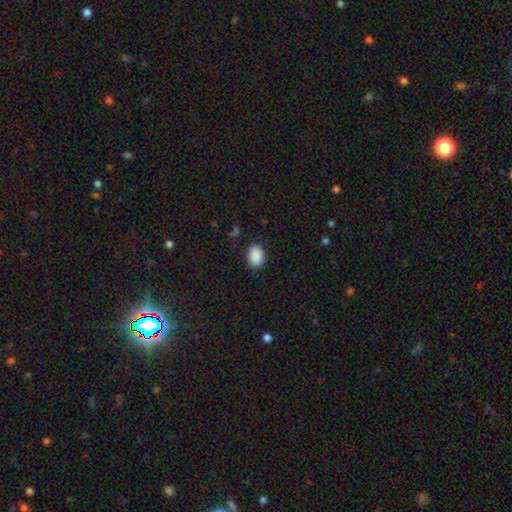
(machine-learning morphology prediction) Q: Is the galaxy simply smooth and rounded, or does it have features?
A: smooth — 90%.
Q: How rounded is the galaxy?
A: in between — 79%.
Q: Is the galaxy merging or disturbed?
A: none — 88%.